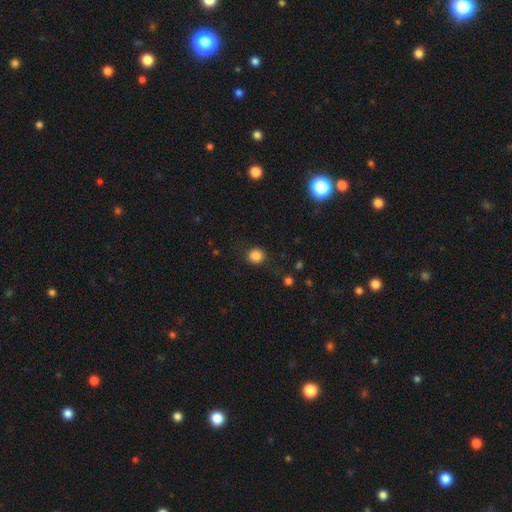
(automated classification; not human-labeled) This is clearly a smooth galaxy (85%). How rounded: clearly round (90%). Merging: clearly none (85%).